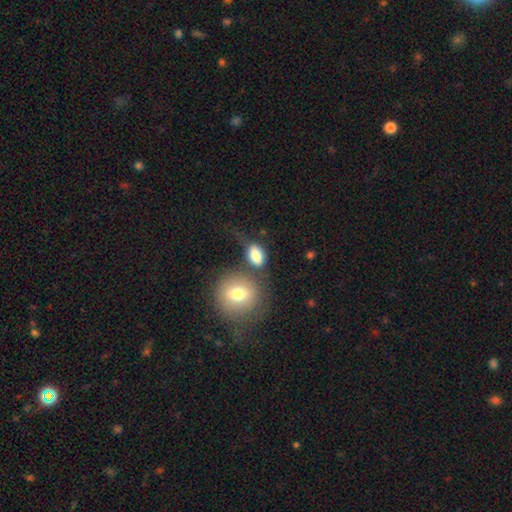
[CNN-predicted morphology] The model was most divided on "merging": none: 44%, merger: 21%, minor disturbance: 21%, major disturbance: 14%. More confident: smooth or featured — smooth (82%); how rounded — in between (80%).